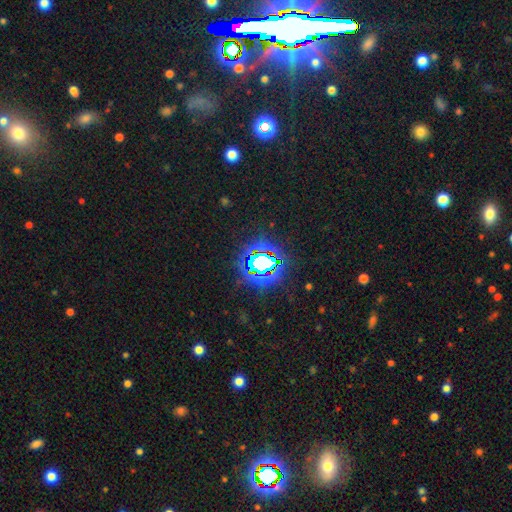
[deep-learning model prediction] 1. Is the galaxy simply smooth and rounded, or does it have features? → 80% star or artifact, 13% smooth, 7% featured or disk.